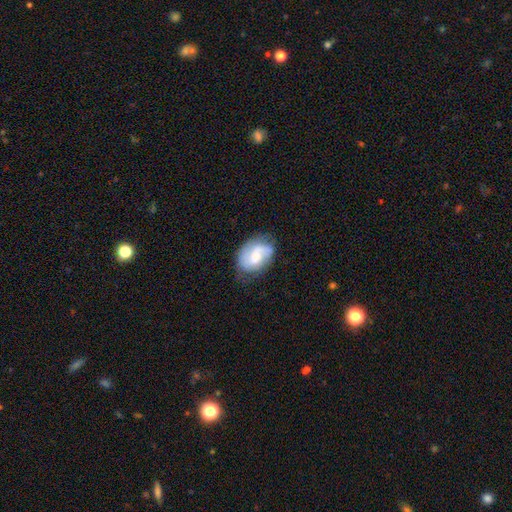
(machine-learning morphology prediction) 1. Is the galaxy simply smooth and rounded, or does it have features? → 60% featured or disk, 33% smooth, 7% star or artifact.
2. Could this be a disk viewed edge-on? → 97% no, 3% yes.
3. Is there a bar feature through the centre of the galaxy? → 45% no, 44% weak, 11% strong.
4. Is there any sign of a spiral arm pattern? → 85% yes, 15% no.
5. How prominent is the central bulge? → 43% moderate, 32% small, 12% none, 10% large, 2% dominant.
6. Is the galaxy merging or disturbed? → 59% none, 27% minor disturbance, 11% major disturbance, 3% merger.